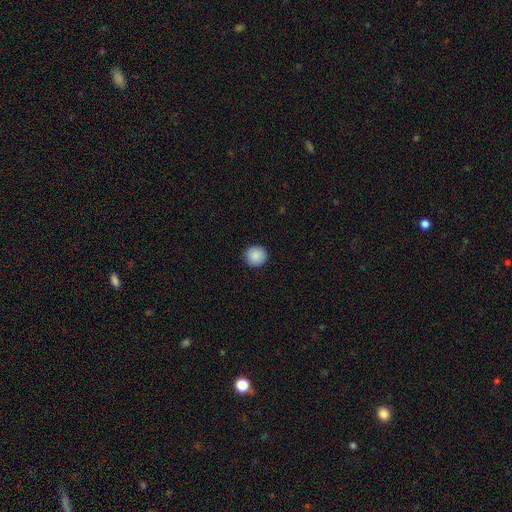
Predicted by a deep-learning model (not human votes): smooth_or_featured: smooth (p=0.89) [alt: star or artifact p=0.08]
how_rounded: round (p=0.94) [alt: in between p=0.05]
merging: none (p=0.92) [alt: minor disturbance p=0.05]